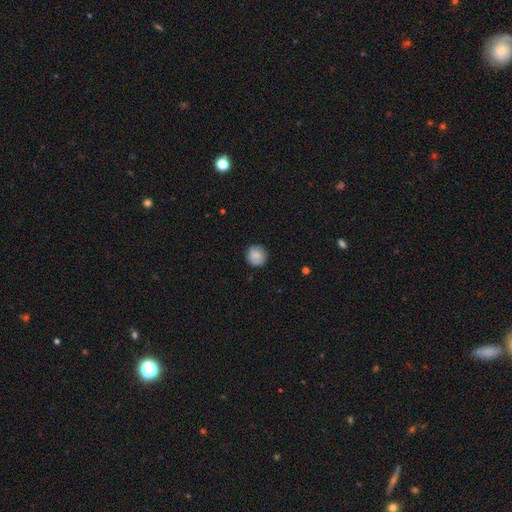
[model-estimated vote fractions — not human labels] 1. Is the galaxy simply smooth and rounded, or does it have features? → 85% smooth, 8% star or artifact, 7% featured or disk.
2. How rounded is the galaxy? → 91% round, 8% in between, 1% cigar-shaped.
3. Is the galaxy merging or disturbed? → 87% none, 10% minor disturbance, 2% major disturbance, 1% merger.